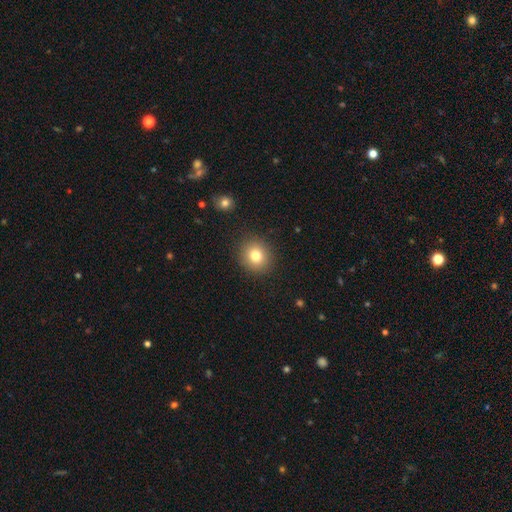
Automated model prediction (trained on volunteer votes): Morphology: type=smooth (79%); roundness=round (86%); merging=none (90%).